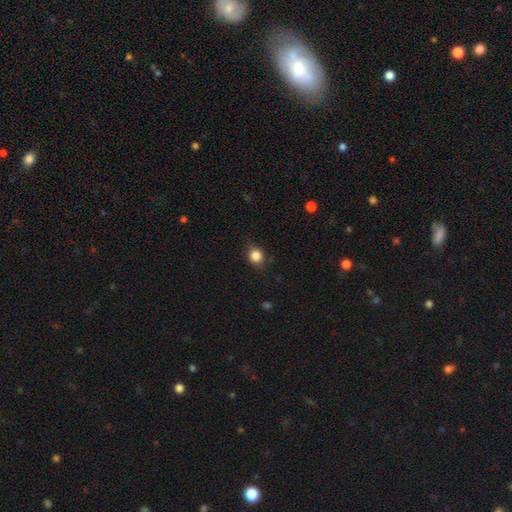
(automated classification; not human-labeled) This is clearly a smooth galaxy (85%). How rounded: likely round (72%). Merging: clearly none (80%).